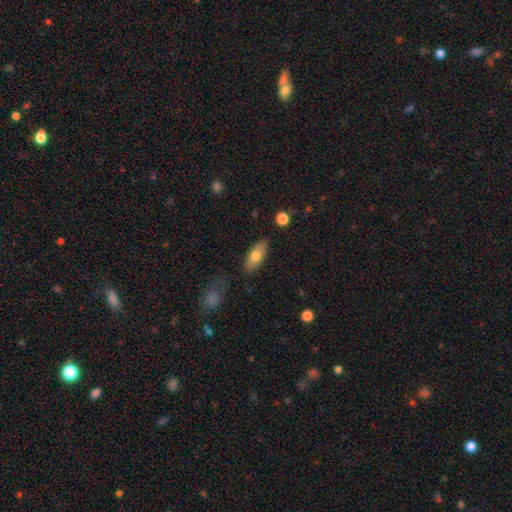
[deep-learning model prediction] Q: Smooth or featured?
A: smooth (71%); runner-up: featured or disk (22%)
Q: How rounded?
A: in between (81%); runner-up: cigar-shaped (16%)
Q: Merging?
A: none (82%); runner-up: minor disturbance (13%)